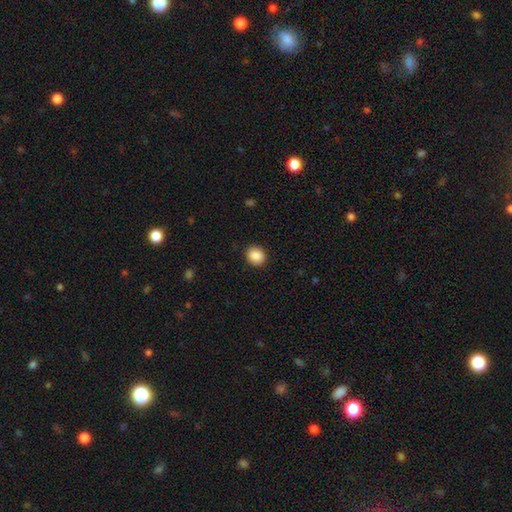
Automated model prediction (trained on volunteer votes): smooth_or_featured: smooth (p=0.89) [alt: star or artifact p=0.08]
how_rounded: round (p=0.71) [alt: in between p=0.28]
merging: none (p=0.91) [alt: minor disturbance p=0.06]